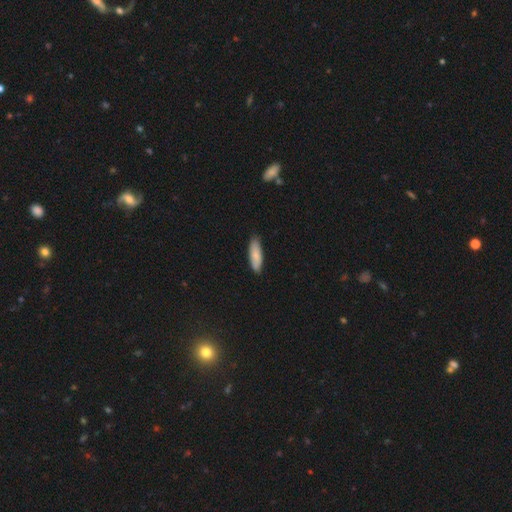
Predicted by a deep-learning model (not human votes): Smooth or featured?
  - smooth: 81% *
  - featured or disk: 13%
  - star or artifact: 6%
How rounded?
  - in between: 57% *
  - cigar-shaped: 41%
  - round: 2%
Merging?
  - none: 84% *
  - minor disturbance: 14%
  - major disturbance: 2%
  - merger: 1%